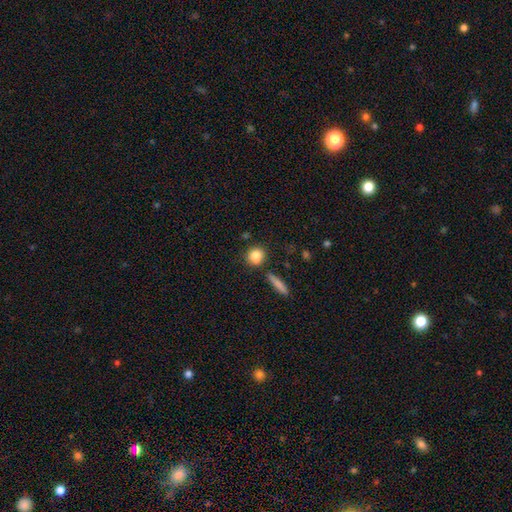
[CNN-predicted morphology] Overall: smooth (85%). How rounded: round (72%). Merging: none (75%).